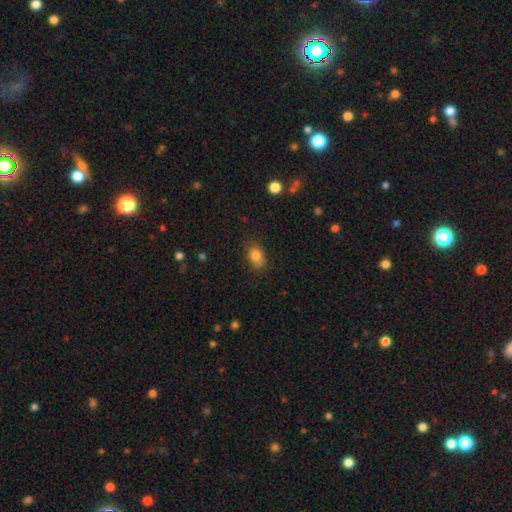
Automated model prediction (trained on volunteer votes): Smooth or featured: smooth — 82% (star or artifact — 9%)
How rounded: in between — 80% (round — 18%)
Merging: none — 75% (minor disturbance — 19%)